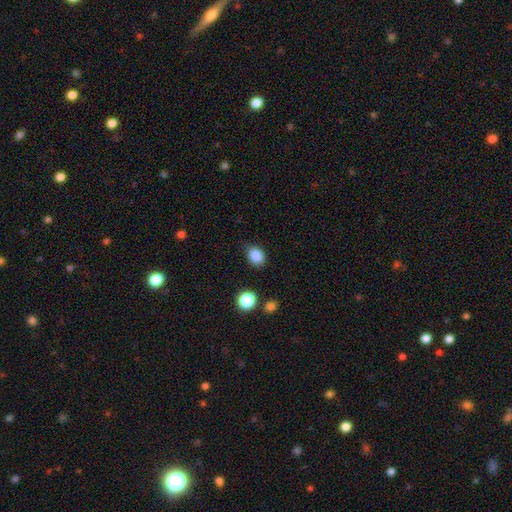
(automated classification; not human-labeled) A smooth galaxy with no disk features (87%) that is in between round and cigar-shaped (59%). Merging: none (77%).